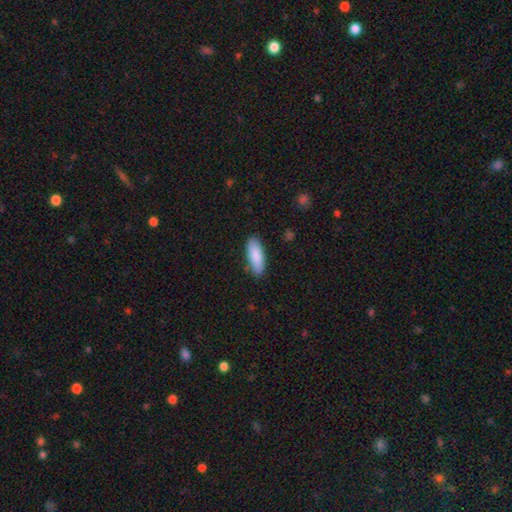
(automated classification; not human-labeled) smooth-or-featured: smooth: 88% | featured or disk: 7% | star or artifact: 6%
  how-rounded: in between: 67% | cigar-shaped: 31% | round: 2%
  merging: none: 84% | minor disturbance: 12% | major disturbance: 2% | merger: 1%